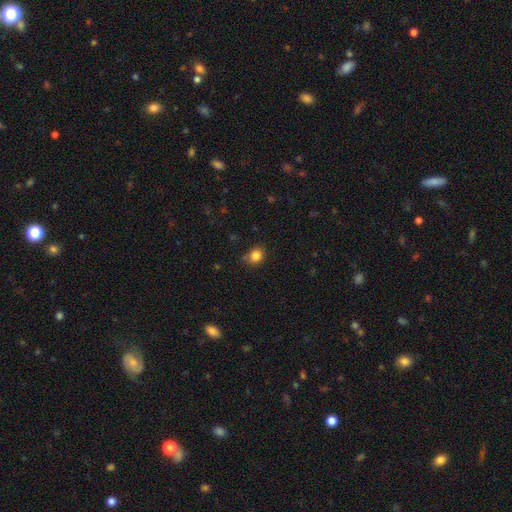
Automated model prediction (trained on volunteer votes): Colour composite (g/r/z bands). It shows a smooth galaxy with no disk features (84%) that is round (68%). Merging: none (73%).